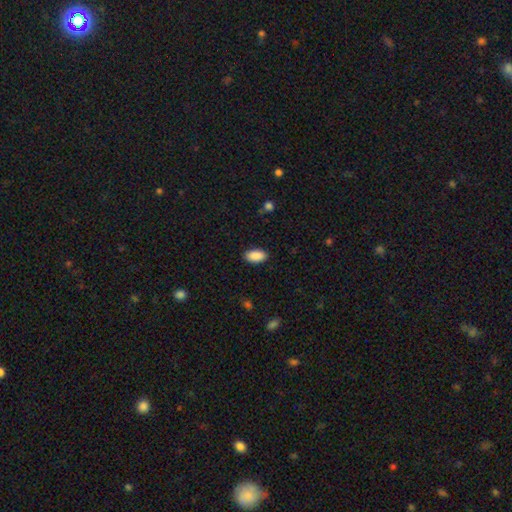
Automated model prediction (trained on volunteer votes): A smooth galaxy with no disk features (90%) that is in between round and cigar-shaped (94%). Merging: none (89%).